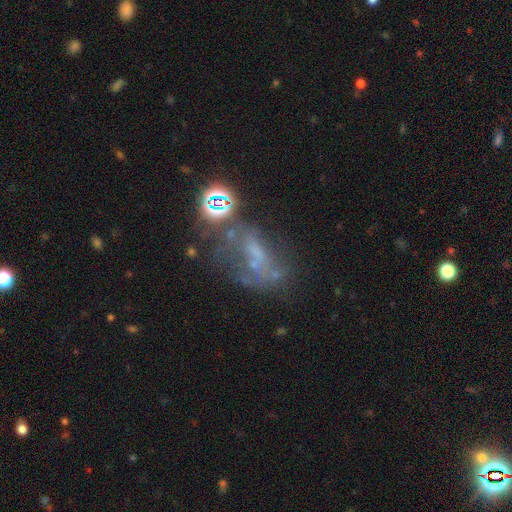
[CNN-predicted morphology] type=featured or disk (44%); merging=none (32%).